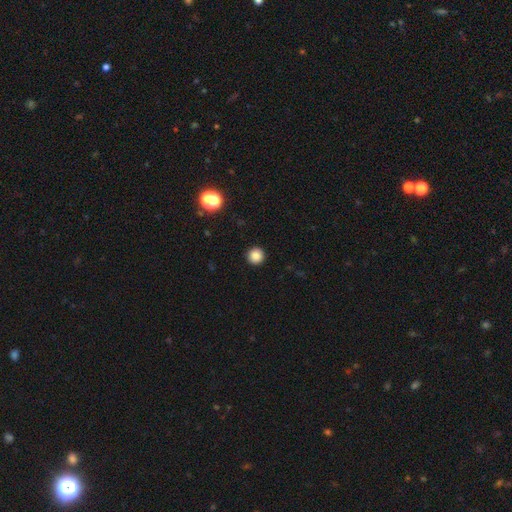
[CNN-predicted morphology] Q: Smooth or featured?
A: smooth (86%); runner-up: star or artifact (11%)
Q: How rounded?
A: round (96%); runner-up: in between (3%)
Q: Merging?
A: none (93%); runner-up: minor disturbance (4%)